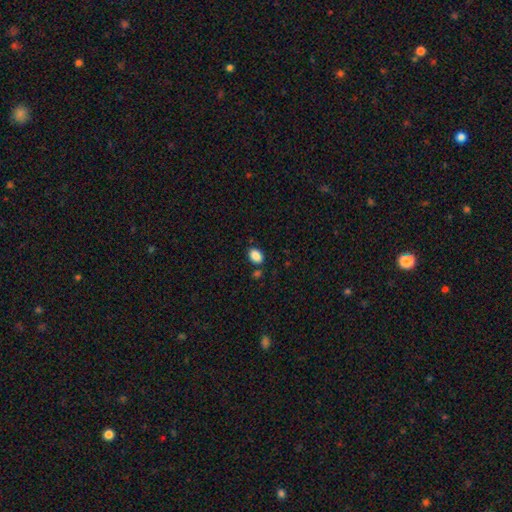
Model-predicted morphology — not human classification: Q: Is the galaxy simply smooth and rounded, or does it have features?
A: smooth — 88%.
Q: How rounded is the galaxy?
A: in between — 83%.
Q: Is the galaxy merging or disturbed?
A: none — 79%.